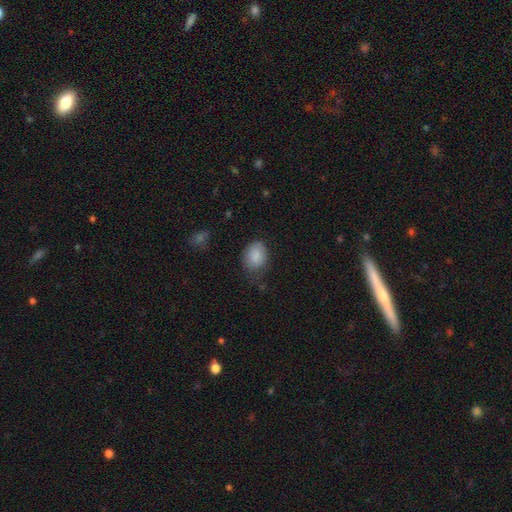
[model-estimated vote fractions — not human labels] Smooth or featured: smooth — 86% (star or artifact — 7%)
How rounded: in between — 66% (round — 33%)
Merging: none — 62% (minor disturbance — 28%)